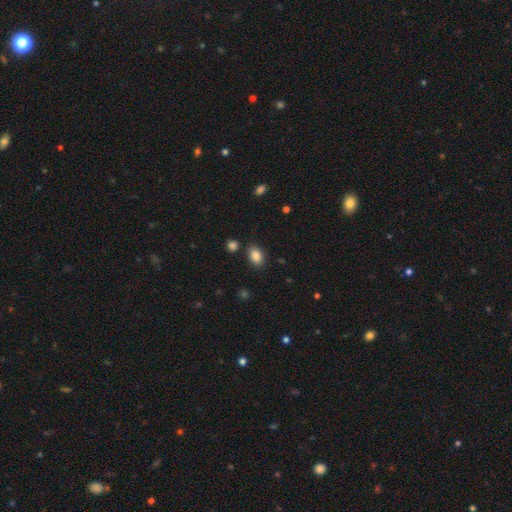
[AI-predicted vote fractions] smooth_or_featured: smooth (p=0.87) [alt: star or artifact p=0.09]
how_rounded: in between (p=0.82) [alt: round p=0.17]
merging: none (p=0.83) [alt: minor disturbance p=0.11]